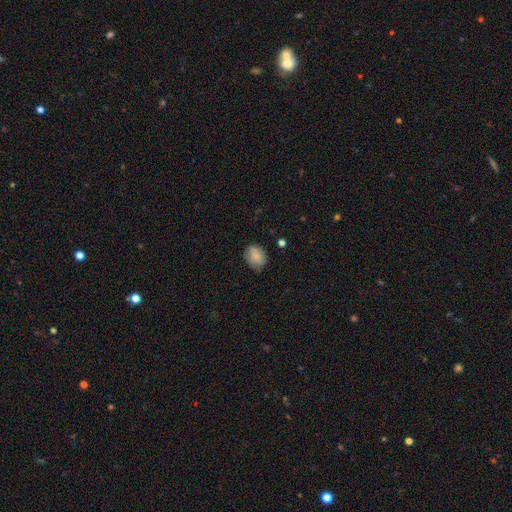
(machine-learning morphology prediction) This is clearly a smooth galaxy (82%). How rounded: likely in between (63%). Merging: likely none (71%).